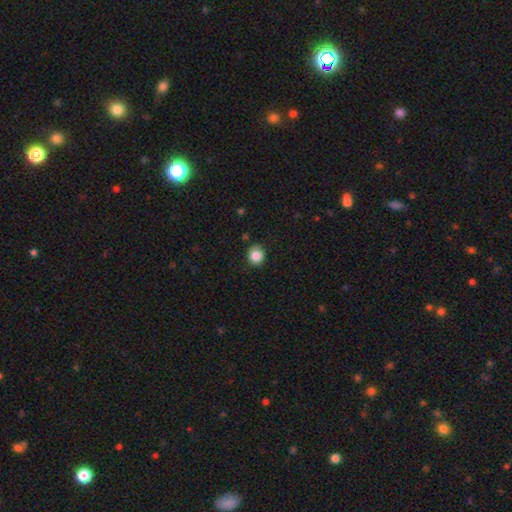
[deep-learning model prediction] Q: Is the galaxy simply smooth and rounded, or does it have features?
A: smooth — 85%.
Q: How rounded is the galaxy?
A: round — 81%.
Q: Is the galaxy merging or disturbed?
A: none — 81%.